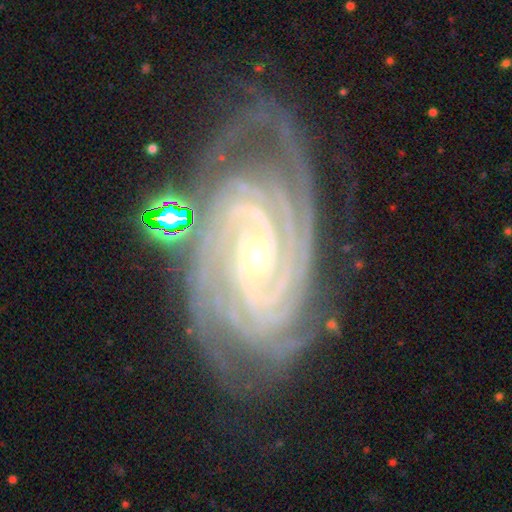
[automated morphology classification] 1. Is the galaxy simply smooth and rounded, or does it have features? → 92% featured or disk, 5% star or artifact, 3% smooth.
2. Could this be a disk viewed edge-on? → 97% no, 3% yes.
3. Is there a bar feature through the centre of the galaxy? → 50% no, 29% weak, 21% strong.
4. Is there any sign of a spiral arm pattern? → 99% yes, 1% no.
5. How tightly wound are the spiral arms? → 84% tight, 14% medium, 2% loose.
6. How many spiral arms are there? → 31% 4, 18% 3, 16% more than 4, 14% 2, 13% can't tell, 7% 1.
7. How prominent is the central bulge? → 80% small, 16% moderate, 1% none, 1% large, 1% dominant.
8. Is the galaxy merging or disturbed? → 73% none, 18% minor disturbance, 6% major disturbance, 3% merger.